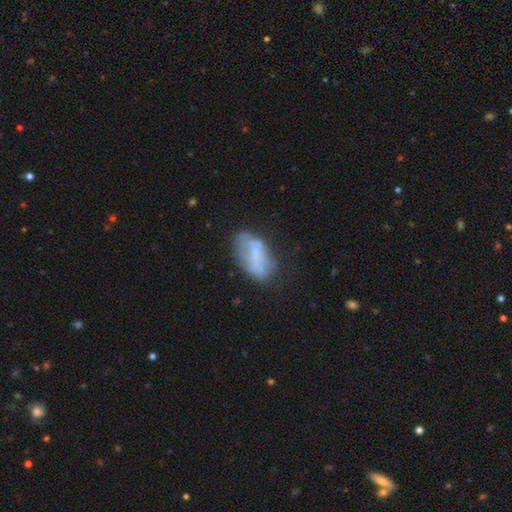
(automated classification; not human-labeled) Smooth or featured? Predicted: smooth (p=0.49). Merging? Predicted: none (p=0.50).